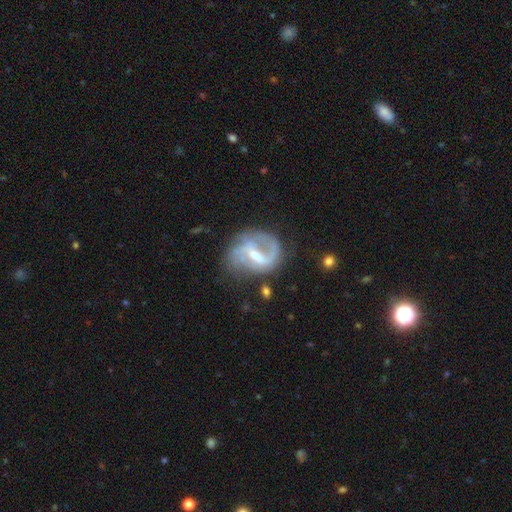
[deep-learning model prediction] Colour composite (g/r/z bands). It shows a featured or disk galaxy (80%) with a weak bar (50%), 2 (50%) medium (42%) spiral arms (86%) and a moderate central bulge (50%). Merging: none (52%).